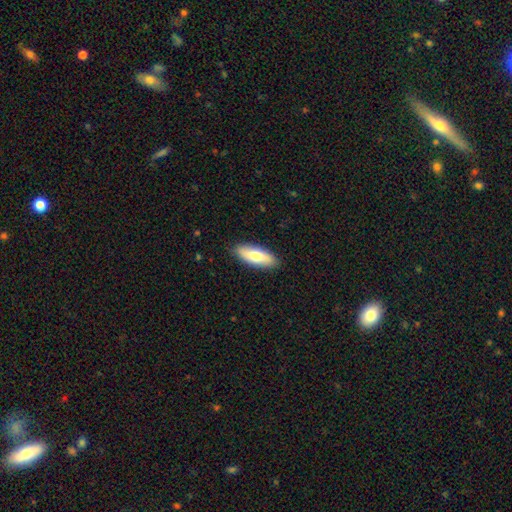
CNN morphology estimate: Q: Smooth or featured?
A: smooth (73%); runner-up: featured or disk (22%)
Q: How rounded?
A: in between (69%); runner-up: cigar-shaped (29%)
Q: Merging?
A: none (88%); runner-up: minor disturbance (9%)